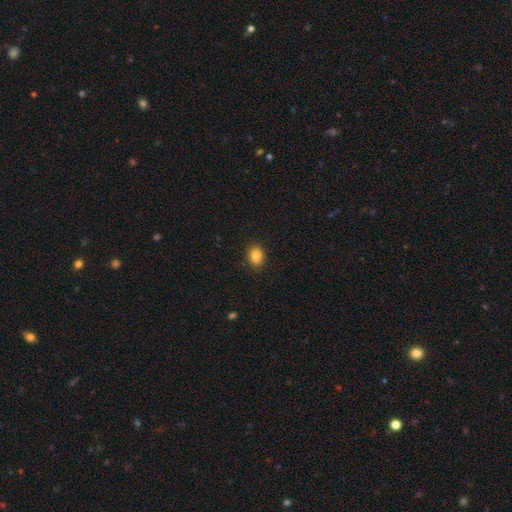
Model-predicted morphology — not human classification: Smooth or featured? Predicted: smooth (p=0.84). How rounded? Predicted: in between (p=0.64). Merging? Predicted: none (p=0.87).